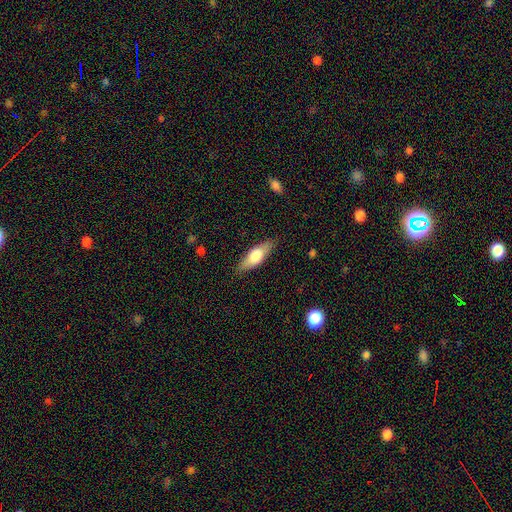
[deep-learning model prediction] Smooth or featured: smooth — 59% (featured or disk — 35%)
How rounded: in between — 58% (cigar-shaped — 39%)
Merging: none — 85% (minor disturbance — 12%)